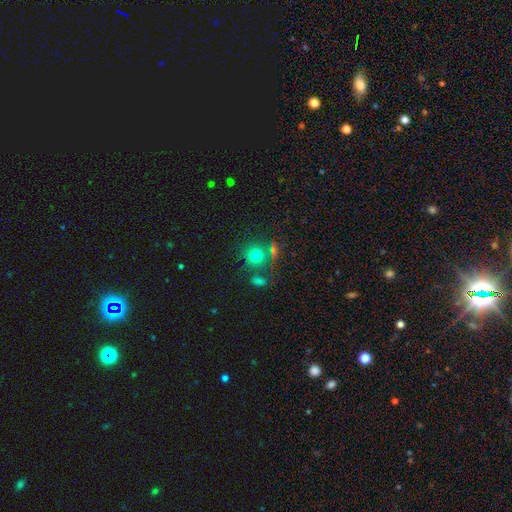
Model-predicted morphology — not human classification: smooth-or-featured: smooth: 76% | star or artifact: 14% | featured or disk: 10%
  how-rounded: round: 86% | in between: 13% | cigar-shaped: 1%
  merging: none: 64% | merger: 19% | minor disturbance: 12% | major disturbance: 6%